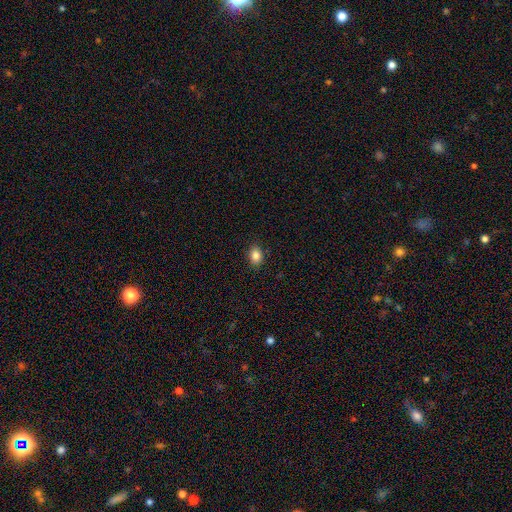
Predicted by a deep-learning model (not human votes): The model was most divided on "how rounded": in between: 69%, round: 30%, cigar-shaped: 1%. More confident: merging — none (88%); smooth or featured — smooth (86%).